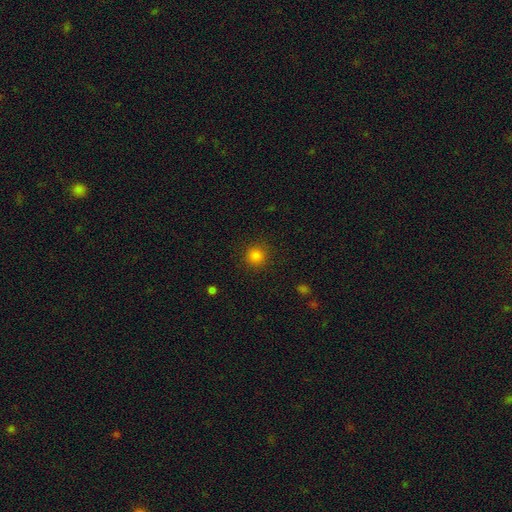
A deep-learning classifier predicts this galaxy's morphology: Smooth or featured?
  - smooth: 84% *
  - star or artifact: 12%
  - featured or disk: 3%
How rounded?
  - round: 93% *
  - in between: 6%
  - cigar-shaped: 1%
Merging?
  - none: 89% *
  - minor disturbance: 7%
  - major disturbance: 3%
  - merger: 1%